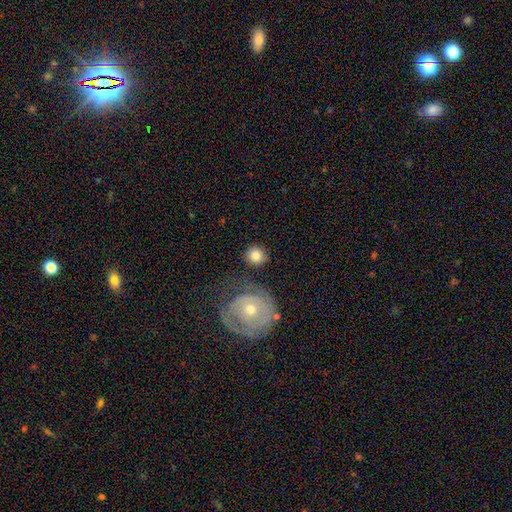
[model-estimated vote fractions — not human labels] The model was most divided on "smooth or featured": smooth: 79%, featured or disk: 13%, star or artifact: 7%. More confident: how rounded — round (91%); merging — none (77%).